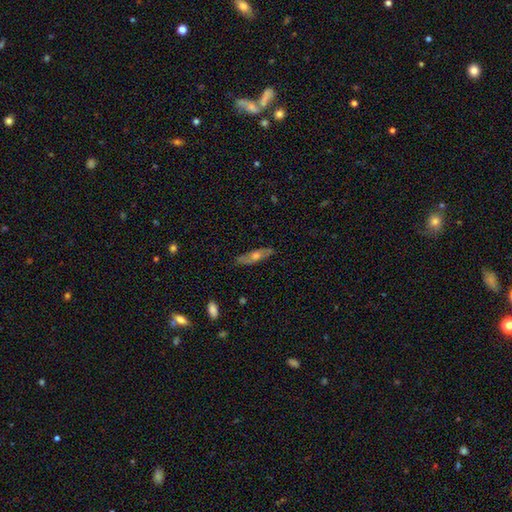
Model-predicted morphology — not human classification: This appears to be a featured or disk galaxy (57%) viewed edge-on (62%). Merging: none (83%).